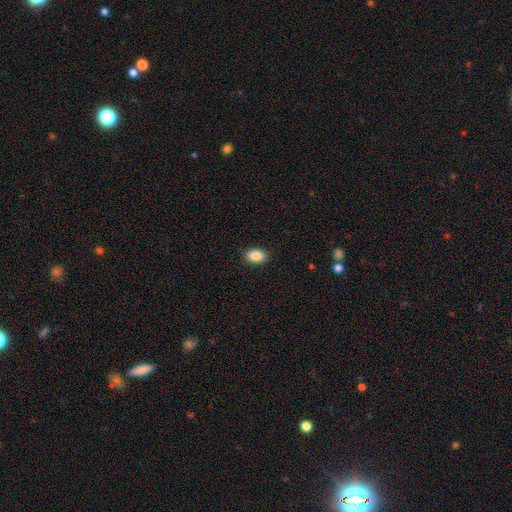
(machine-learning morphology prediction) smooth 89%, star or artifact 8%, featured or disk 4%. Down the decision tree: how rounded — in between (88%); merging — none (89%).